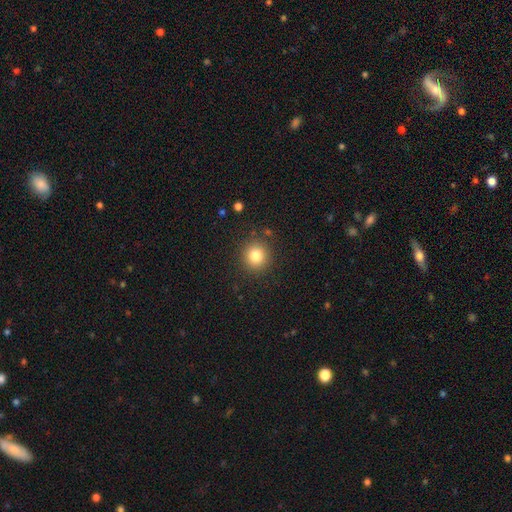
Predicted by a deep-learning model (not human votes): Smooth or featured? Predicted: smooth (p=0.82). How rounded? Predicted: round (p=0.91). Merging? Predicted: none (p=0.89).